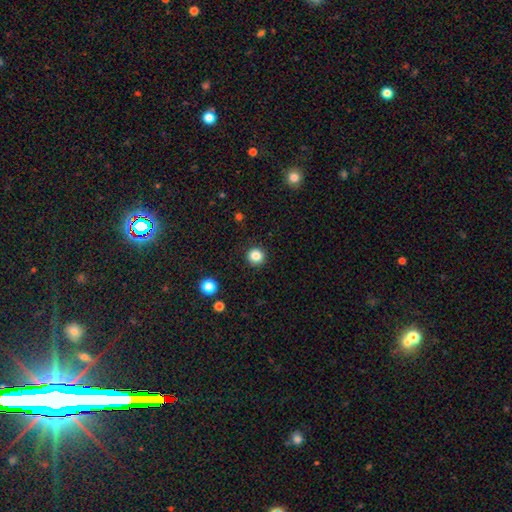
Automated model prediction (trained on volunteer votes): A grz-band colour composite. It shows a smooth galaxy with no disk features (85%) that is round (95%). Merging: none (92%).